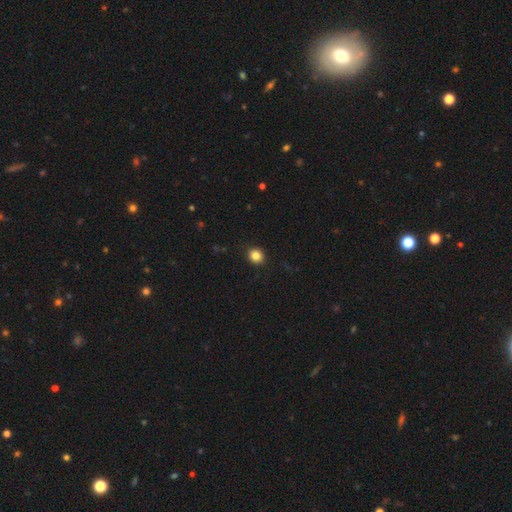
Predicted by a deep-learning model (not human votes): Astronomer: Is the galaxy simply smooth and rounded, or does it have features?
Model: smooth — 85%.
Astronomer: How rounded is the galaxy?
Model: round — 82%.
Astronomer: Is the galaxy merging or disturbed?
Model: none — 90%.